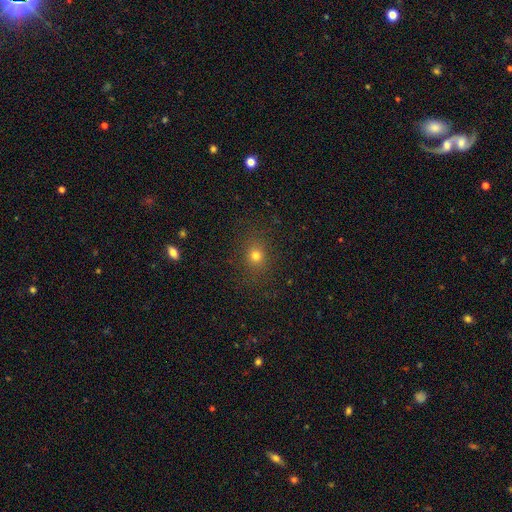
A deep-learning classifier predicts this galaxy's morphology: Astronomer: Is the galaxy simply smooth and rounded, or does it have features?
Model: smooth — 75%.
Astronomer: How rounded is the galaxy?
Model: round — 72%.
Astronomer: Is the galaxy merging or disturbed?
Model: none — 86%.